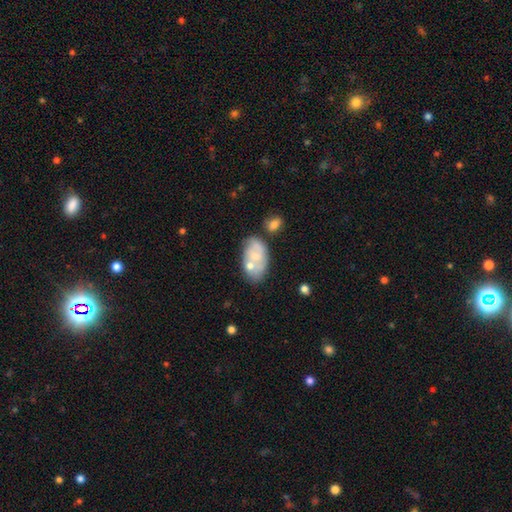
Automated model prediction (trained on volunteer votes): This is possibly a smooth galaxy (48%). Merging: marginally none (39%).